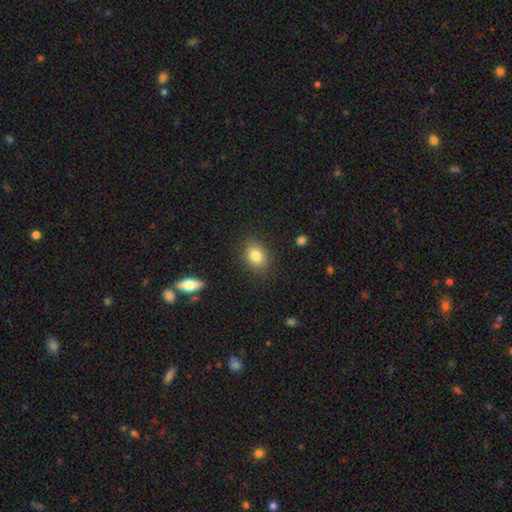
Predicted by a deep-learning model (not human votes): This is clearly a smooth galaxy (82%). How rounded: possibly in between (55%). Merging: clearly none (85%).